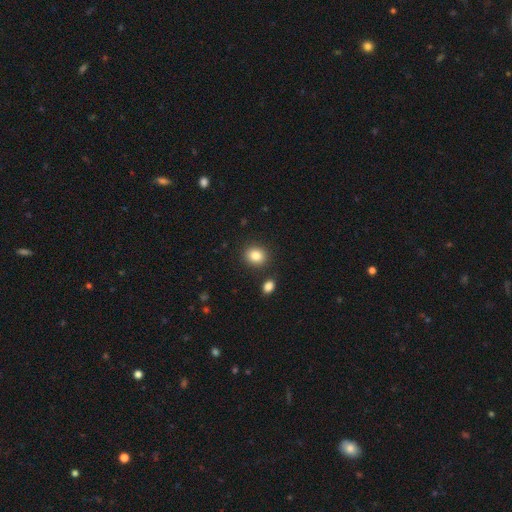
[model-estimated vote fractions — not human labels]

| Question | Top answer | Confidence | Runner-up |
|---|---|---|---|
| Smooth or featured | smooth | 85% | star or artifact (9%) |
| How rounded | round | 66% | in between (33%) |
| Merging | none | 85% | minor disturbance (8%) |